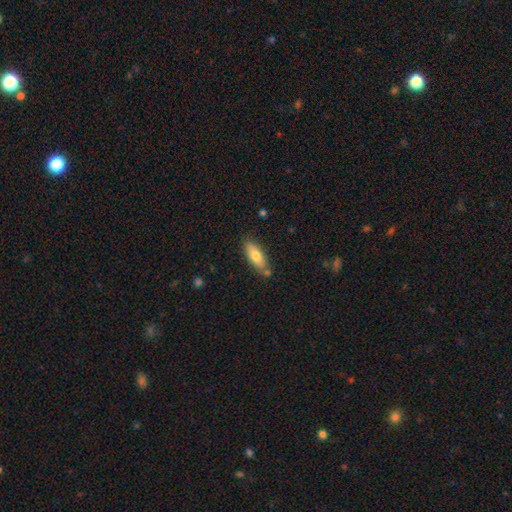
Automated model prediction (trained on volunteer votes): Morphology: type=smooth (72%); roundness=in between (68%); merging=none (75%).